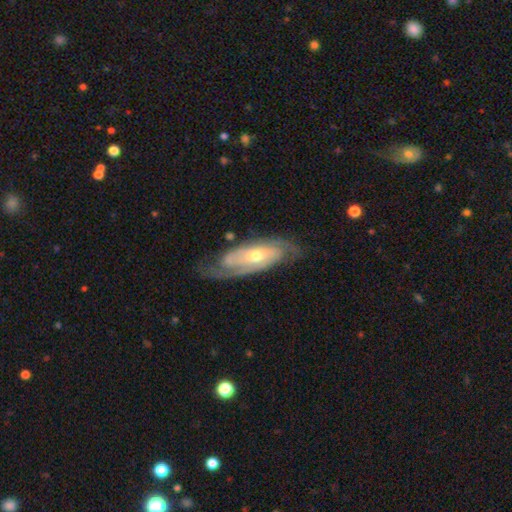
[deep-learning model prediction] Smooth or featured? Predicted: featured or disk (p=0.81). Edge-on disk? Predicted: no (p=0.87). Bar? Predicted: no (p=0.59). Spiral arms? Predicted: yes (p=0.92). Spiral winding? Predicted: tight (p=0.50). Spiral arm count? Predicted: 2 (p=0.63). Bulge size? Predicted: moderate (p=0.60). Merging? Predicted: none (p=0.69).